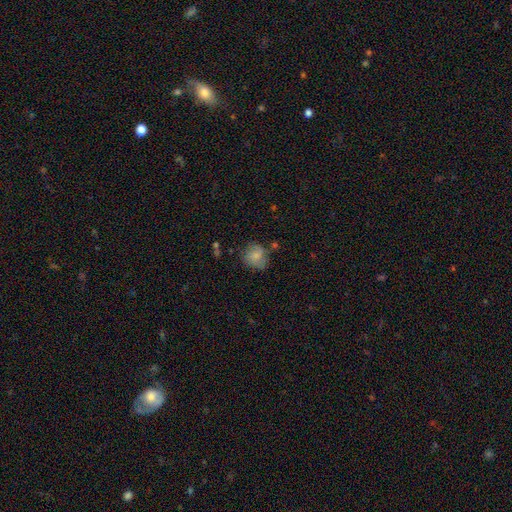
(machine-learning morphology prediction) Smooth or featured? Predicted: smooth (p=0.68). How rounded? Predicted: round (p=0.76). Merging? Predicted: none (p=0.61).